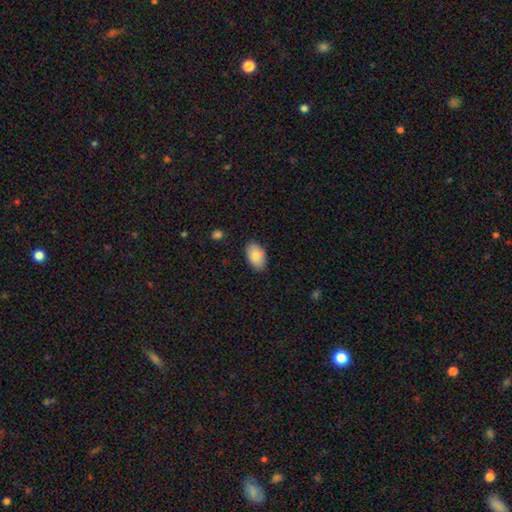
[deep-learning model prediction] Smooth or featured? Predicted: smooth (p=0.85). How rounded? Predicted: in between (p=0.93). Merging? Predicted: none (p=0.86).